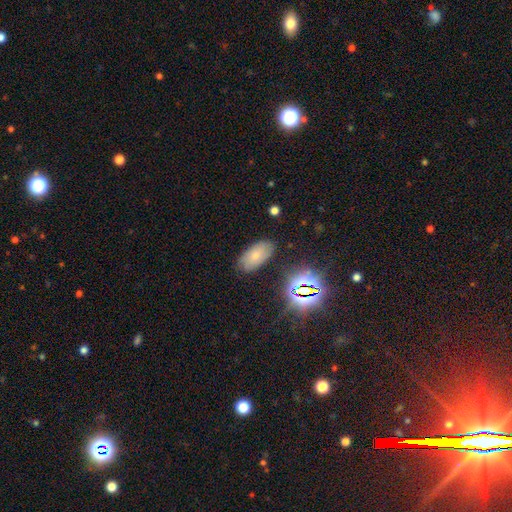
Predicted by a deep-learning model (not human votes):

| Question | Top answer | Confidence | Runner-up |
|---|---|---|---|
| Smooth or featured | smooth | 63% | featured or disk (19%) |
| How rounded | in between | 93% | round (4%) |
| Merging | none | 80% | minor disturbance (14%) |